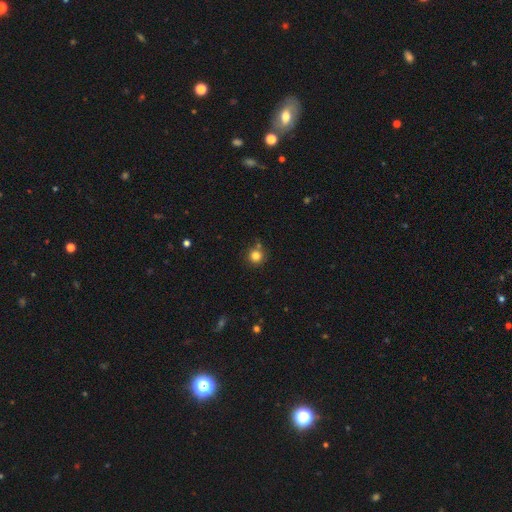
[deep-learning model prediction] Smooth or featured: smooth — 82% (star or artifact — 12%)
How rounded: round — 94% (in between — 5%)
Merging: none — 77% (minor disturbance — 11%)